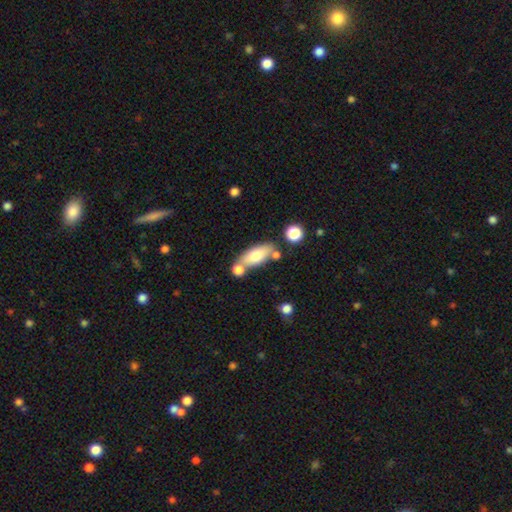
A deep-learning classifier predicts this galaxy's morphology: smooth 68%, featured or disk 25%, star or artifact 7%. Down the decision tree: how rounded — in between (78%); merging — none (61%).